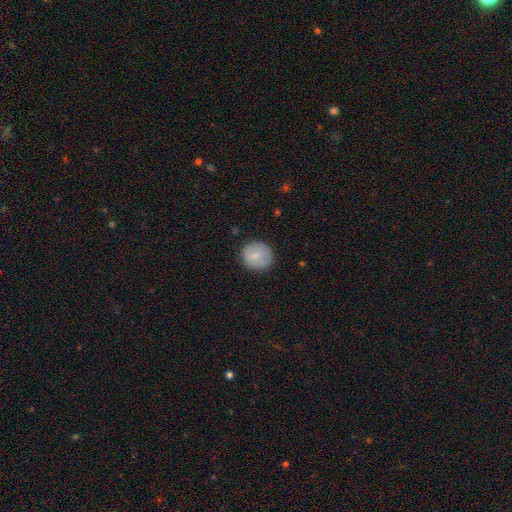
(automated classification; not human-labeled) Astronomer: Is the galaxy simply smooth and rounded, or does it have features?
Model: smooth — 75%.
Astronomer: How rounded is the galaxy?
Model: round — 84%.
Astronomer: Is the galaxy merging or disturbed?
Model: none — 82%.